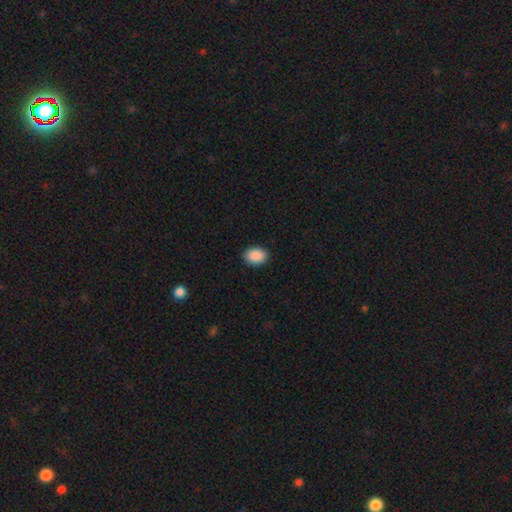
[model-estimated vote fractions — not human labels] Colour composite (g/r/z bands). It shows a smooth galaxy with no disk features (90%) that is in between round and cigar-shaped (77%). Merging: none (90%).